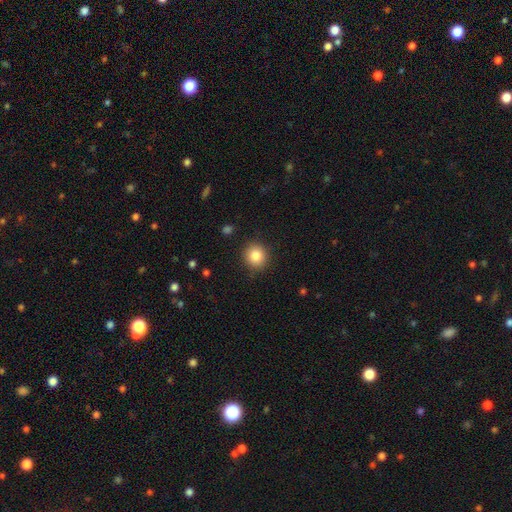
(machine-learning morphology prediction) type=smooth (84%); roundness=round (89%); merging=none (89%).